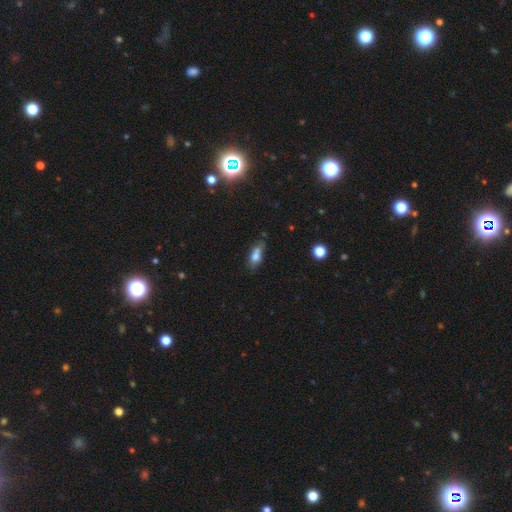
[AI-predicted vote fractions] The model was most divided on "merging": none: 47%, minor disturbance: 26%, merger: 17%, major disturbance: 10%. More confident: how rounded — in between (72%); smooth or featured — smooth (69%).